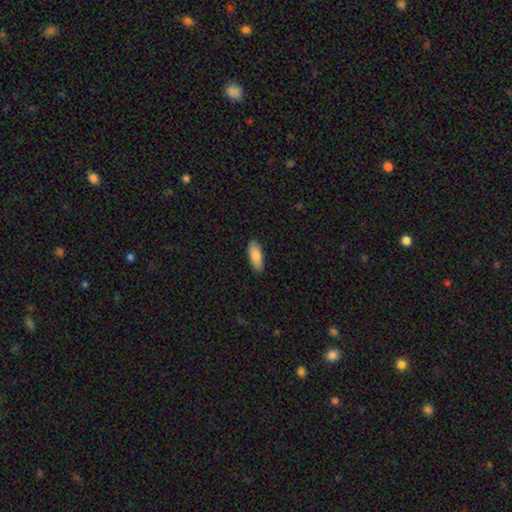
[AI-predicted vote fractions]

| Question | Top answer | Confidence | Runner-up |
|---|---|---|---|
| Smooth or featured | smooth | 87% | featured or disk (8%) |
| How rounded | in between | 80% | cigar-shaped (18%) |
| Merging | none | 87% | minor disturbance (10%) |